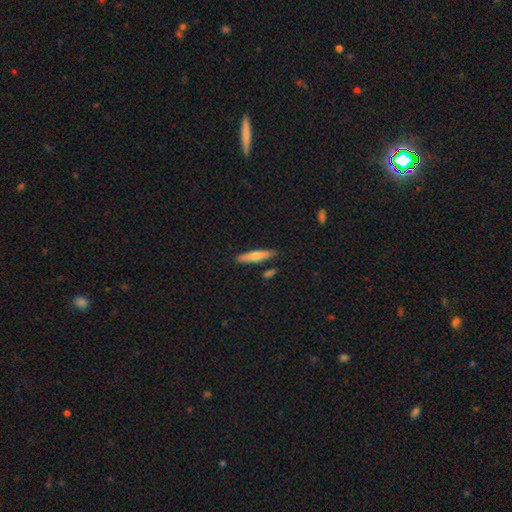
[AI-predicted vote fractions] This is likely a smooth galaxy (64%). How rounded: clearly cigar-shaped (85%). Merging: clearly none (84%).